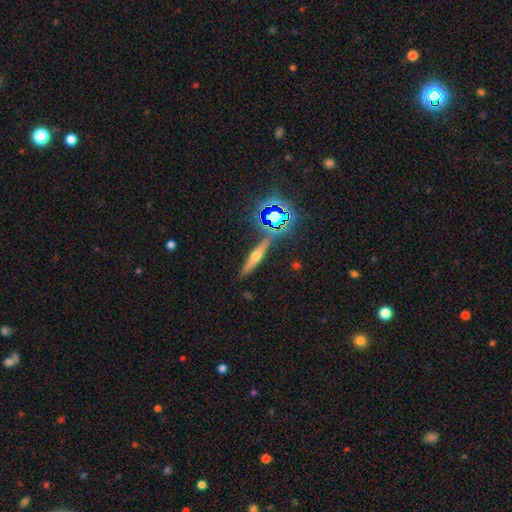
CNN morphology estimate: smooth_or_featured: featured or disk (p=0.51) [alt: smooth p=0.27]
disk_edge_on: yes (p=0.92) [alt: no p=0.08]
merging: none (p=0.85) [alt: minor disturbance p=0.09]